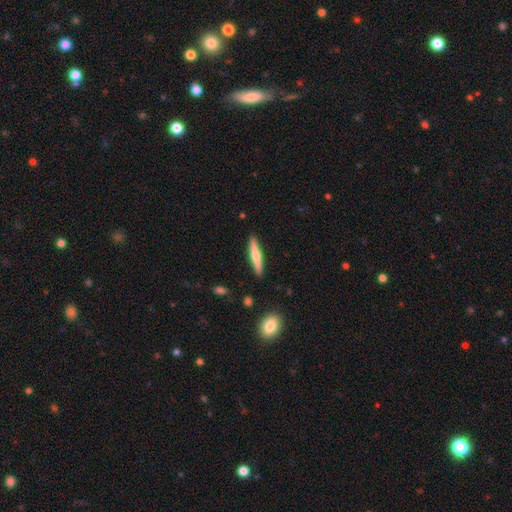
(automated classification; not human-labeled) smooth_or_featured: smooth (p=0.51) [alt: featured or disk p=0.44]
how_rounded: cigar-shaped (p=0.89) [alt: in between p=0.09]
merging: none (p=0.90) [alt: minor disturbance p=0.07]